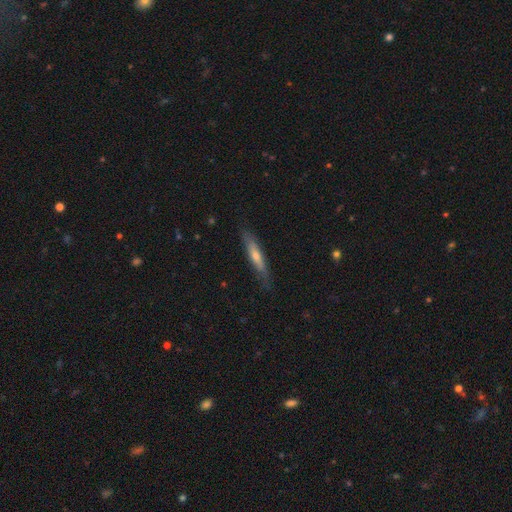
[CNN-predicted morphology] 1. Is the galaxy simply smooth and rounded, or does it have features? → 48% featured or disk, 46% smooth, 6% star or artifact.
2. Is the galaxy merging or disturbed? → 79% none, 17% minor disturbance, 3% major disturbance, 1% merger.